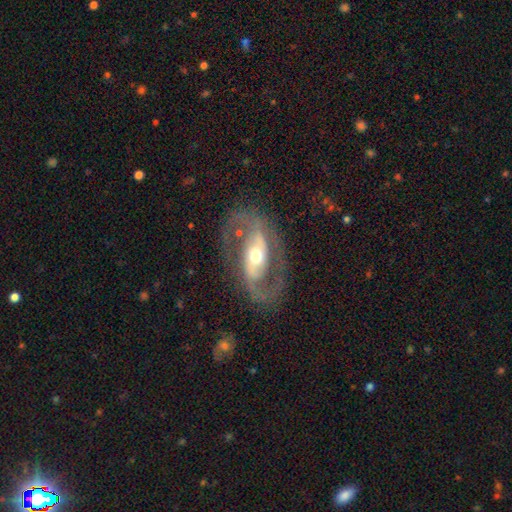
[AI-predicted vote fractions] Smooth or featured?
  - featured or disk: 87% *
  - smooth: 8%
  - star or artifact: 5%
Edge-on disk?
  - no: 95% *
  - yes: 5%
Bar?
  - strong: 34% *
  - weak: 33%
  - no: 32%
Spiral arms?
  - yes: 88% *
  - no: 12%
Spiral winding?
  - medium: 55% *
  - loose: 24%
  - tight: 21%
Spiral arm count?
  - 2: 91% *
  - can't tell: 4%
  - 1: 2%
  - 3: 1%
  - 4: 1%
  - more than 4: 1%
Bulge size?
  - moderate: 68% *
  - small: 19%
  - large: 10%
  - dominant: 1%
  - none: 1%
Merging?
  - none: 79% *
  - minor disturbance: 11%
  - major disturbance: 8%
  - merger: 1%